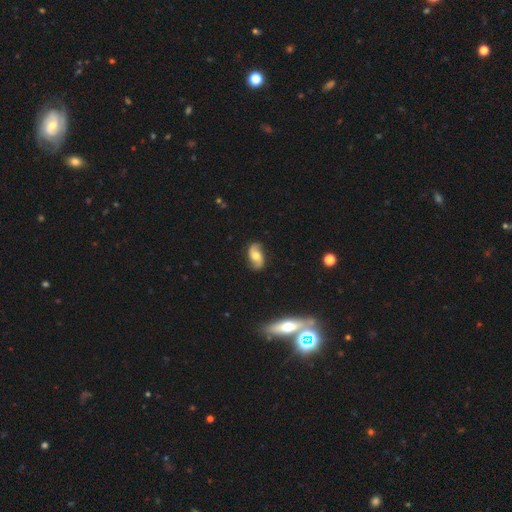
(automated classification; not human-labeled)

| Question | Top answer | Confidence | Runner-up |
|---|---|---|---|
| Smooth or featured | featured or disk | 72% | smooth (21%) |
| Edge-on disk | no | 95% | yes (5%) |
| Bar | no | 64% | weak (29%) |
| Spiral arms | yes | 93% | no (7%) |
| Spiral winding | loose | 63% | medium (27%) |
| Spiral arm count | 2 | 92% | can't tell (3%) |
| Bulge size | moderate | 67% | small (20%) |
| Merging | none | 81% | minor disturbance (14%) |